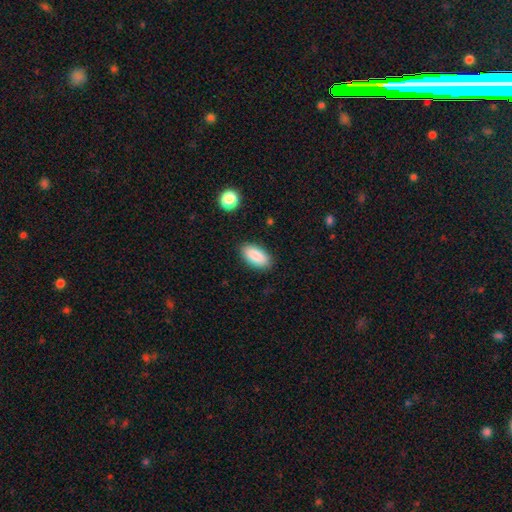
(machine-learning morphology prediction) This appears to be a smooth galaxy with no disk features (88%) that is in between round and cigar-shaped (93%). Merging: none (88%).